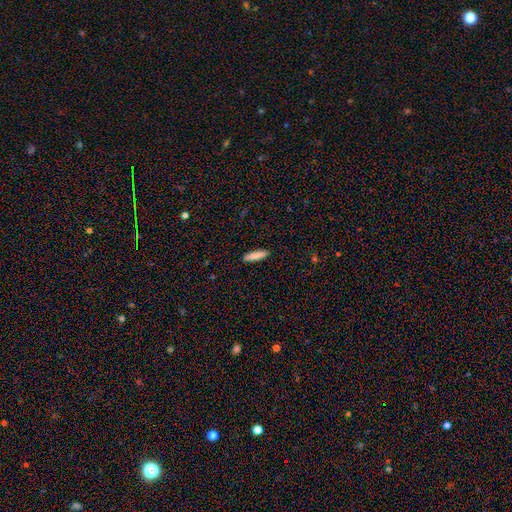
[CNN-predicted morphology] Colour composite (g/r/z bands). It shows a smooth galaxy with no disk features (85%) that is cigar-shaped (80%). Merging: none (91%).